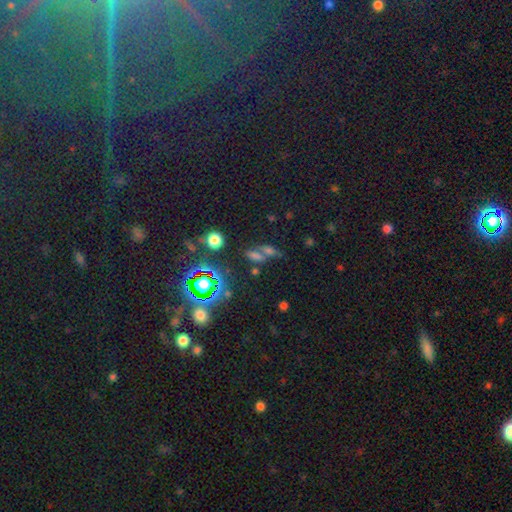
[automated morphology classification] Smooth or featured? smooth (51%)
How rounded? in between (58%)
Merging? merger (42%)